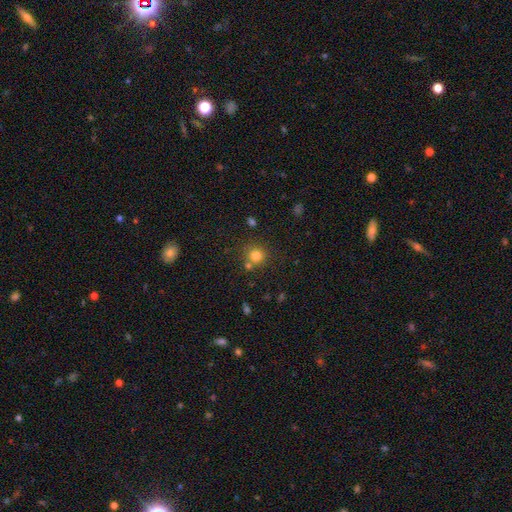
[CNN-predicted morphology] Overall: smooth (79%). How rounded: round (91%). Merging: none (71%).